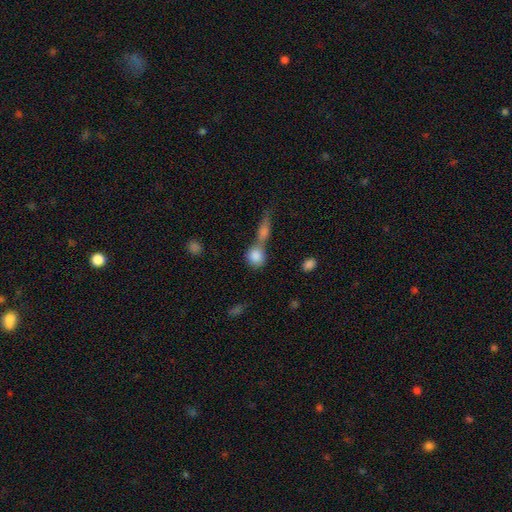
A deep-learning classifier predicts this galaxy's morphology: Smooth or featured: smooth — 83% (featured or disk — 9%)
How rounded: round — 72% (in between — 24%)
Merging: merger — 52% (none — 36%)